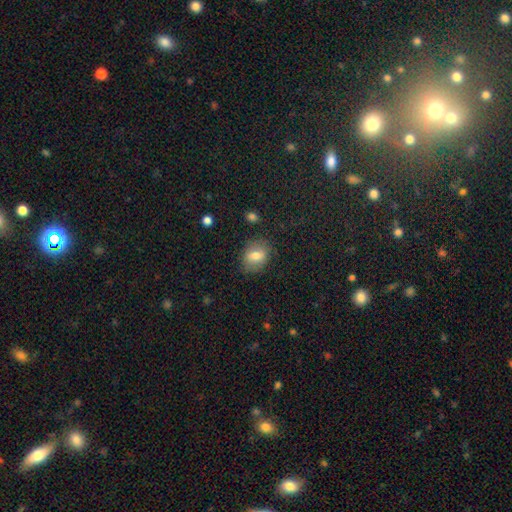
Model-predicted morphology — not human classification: A smooth galaxy with no disk features (72%) that is in between round and cigar-shaped (61%).

Vote fractions:
- Smooth or featured? smooth: 72% / featured or disk: 18% / star or artifact: 9%
- How rounded? in between: 61% / round: 37% / cigar-shaped: 2%
- Merging? none: 80% / minor disturbance: 14% / major disturbance: 5% / merger: 1%